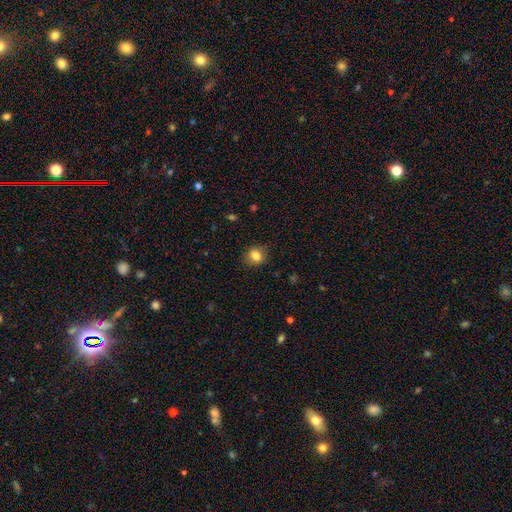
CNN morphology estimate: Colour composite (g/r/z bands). It shows a smooth galaxy with no disk features (82%) that is round (61%). Merging: none (83%).